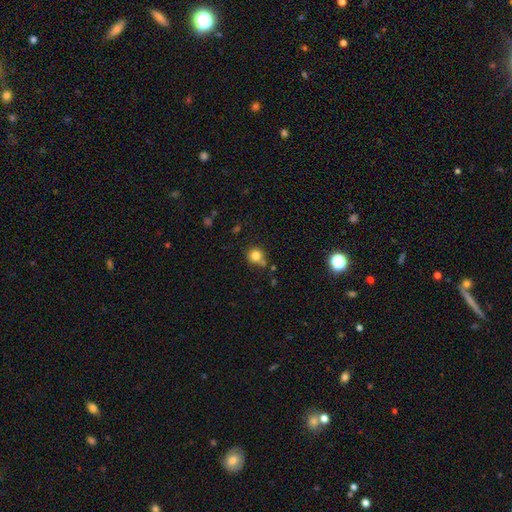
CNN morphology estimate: Overall: smooth (81%). How rounded: round (91%). Merging: none (68%).